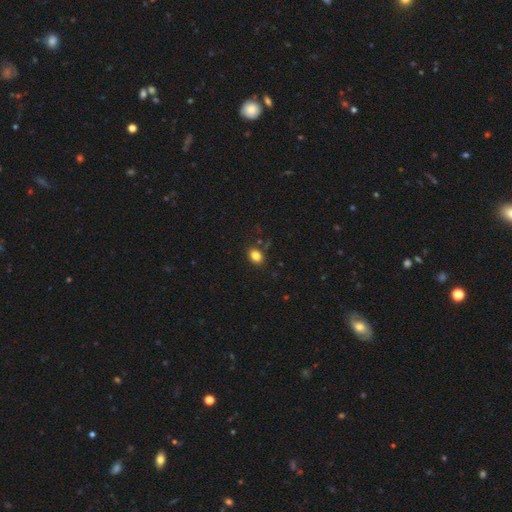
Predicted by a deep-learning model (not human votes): Smooth or featured: smooth — 83% (star or artifact — 11%)
How rounded: in between — 63% (round — 36%)
Merging: none — 84% (minor disturbance — 10%)